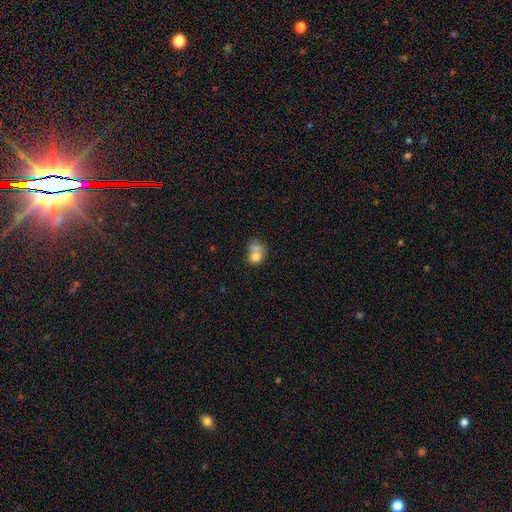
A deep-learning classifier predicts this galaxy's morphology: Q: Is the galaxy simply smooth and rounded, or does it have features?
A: smooth — 72%.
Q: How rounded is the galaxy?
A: round — 58%.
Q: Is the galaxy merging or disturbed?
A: merger — 48%.